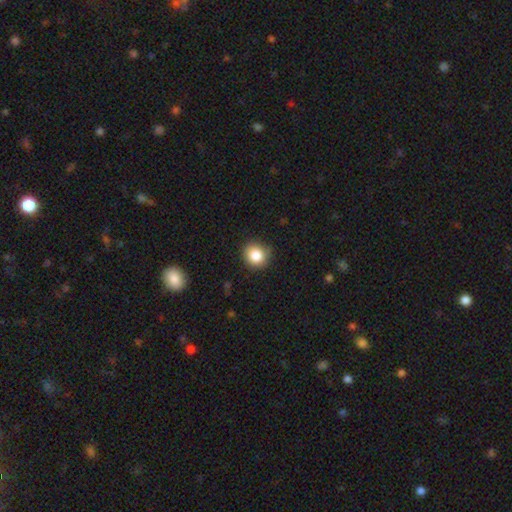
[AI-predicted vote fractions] This is clearly a smooth galaxy (84%). How rounded: clearly round (85%). Merging: clearly none (83%).